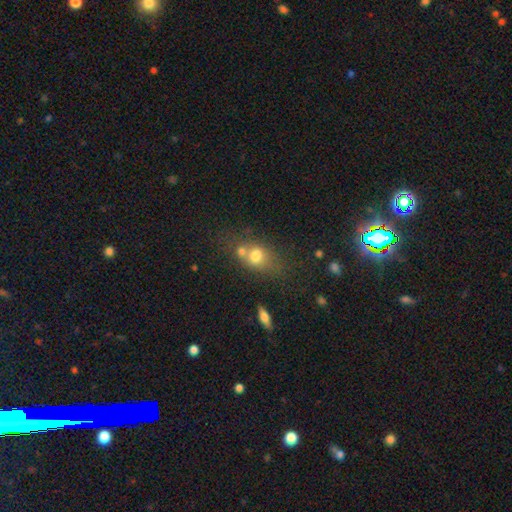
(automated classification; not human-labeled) Smooth or featured?
  - smooth: 69% *
  - featured or disk: 18%
  - star or artifact: 13%
How rounded?
  - in between: 54% *
  - round: 44%
  - cigar-shaped: 3%
Merging?
  - merger: 47% *
  - none: 33%
  - minor disturbance: 13%
  - major disturbance: 7%